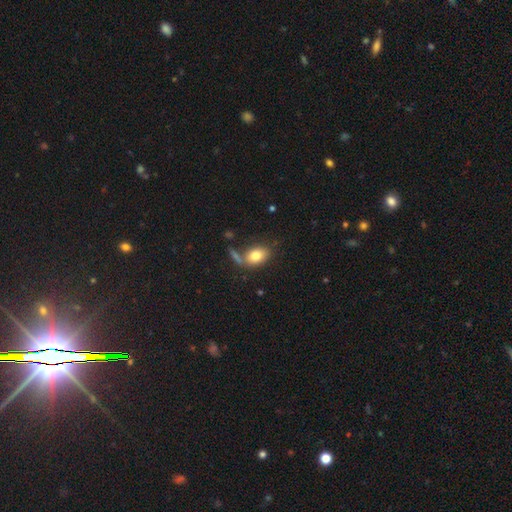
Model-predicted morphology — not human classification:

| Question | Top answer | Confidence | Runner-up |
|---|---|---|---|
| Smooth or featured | smooth | 79% | featured or disk (13%) |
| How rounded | in between | 82% | round (16%) |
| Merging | none | 57% | merger (17%) |